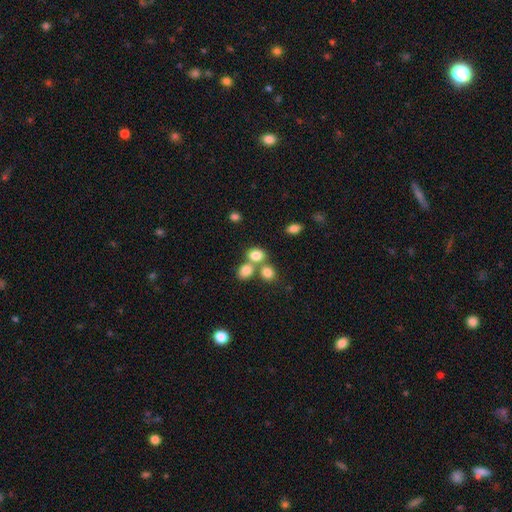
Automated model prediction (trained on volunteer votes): A smooth galaxy with no disk features (79%) that is round (51%). Merging: merger (44%).